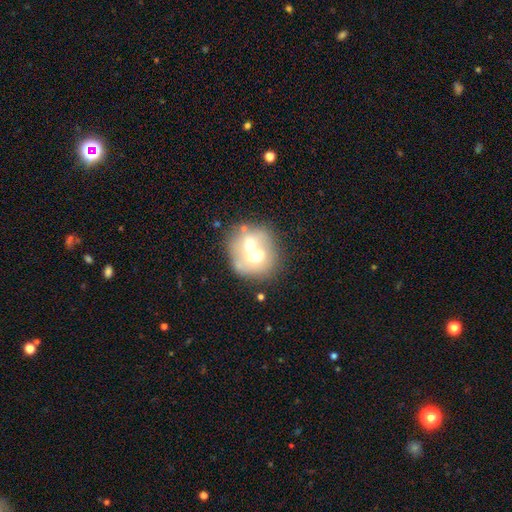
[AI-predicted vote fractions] Smooth or featured?
  - smooth: 56% *
  - featured or disk: 34%
  - star or artifact: 10%
How rounded?
  - round: 81% *
  - in between: 18%
  - cigar-shaped: 1%
Merging?
  - merger: 57% *
  - none: 31%
  - minor disturbance: 8%
  - major disturbance: 4%